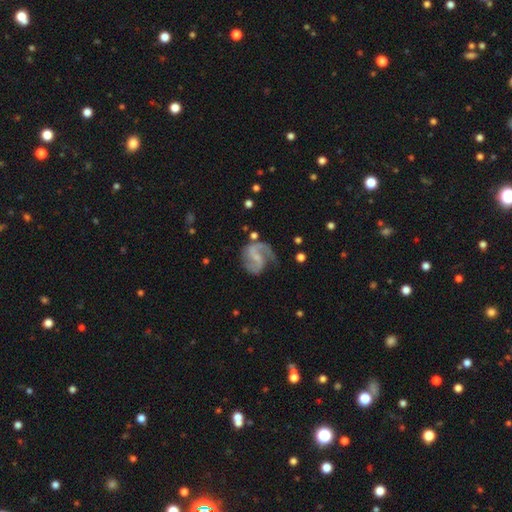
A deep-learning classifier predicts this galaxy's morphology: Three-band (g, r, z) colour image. It shows a featured or disk galaxy (86%) with a weak bar (49%), 2 (84%) medium (50%) spiral arms (96%) and a small central bulge (53%). Merging: none (63%).